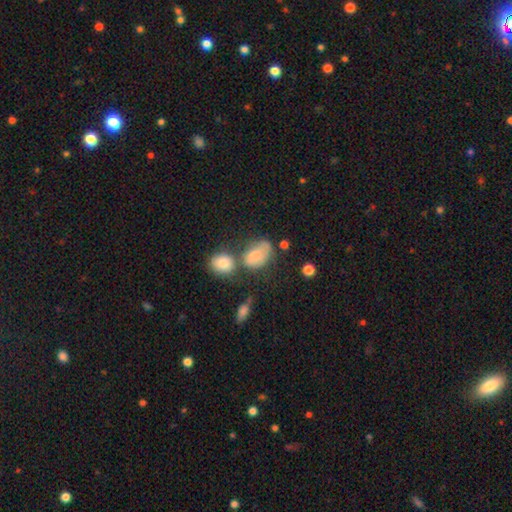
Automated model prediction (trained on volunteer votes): smooth_or_featured: smooth (p=0.75) [alt: featured or disk p=0.15]
how_rounded: in between (p=0.83) [alt: round p=0.15]
merging: none (p=0.33) [alt: minor disturbance p=0.26]